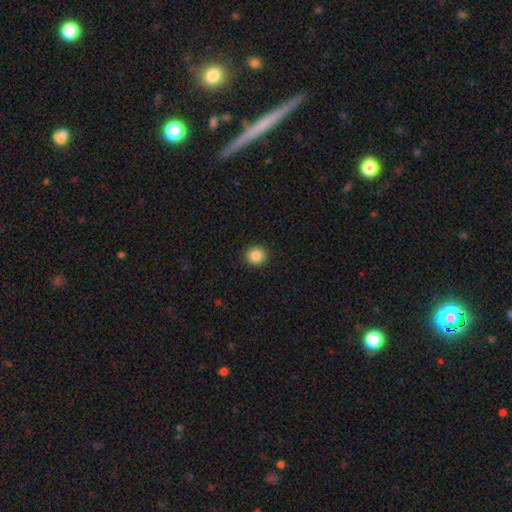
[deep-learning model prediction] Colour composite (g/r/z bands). It shows a smooth galaxy with no disk features (87%) that is round (91%). Merging: none (92%).